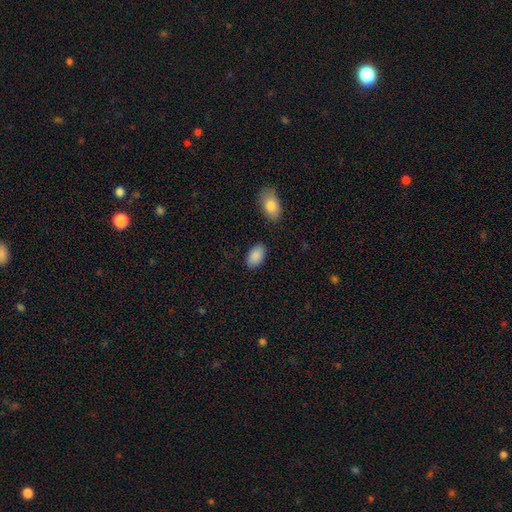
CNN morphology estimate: Smooth or featured: smooth — 89% (star or artifact — 6%)
How rounded: in between — 93% (round — 5%)
Merging: none — 83% (minor disturbance — 11%)